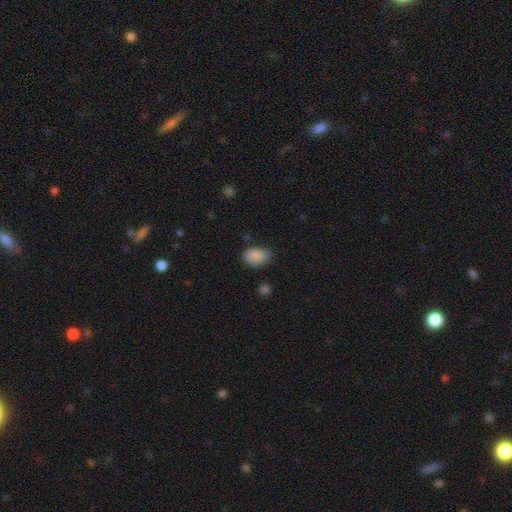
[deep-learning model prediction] Overall: smooth (88%). How rounded: in between (83%). Merging: none (69%).